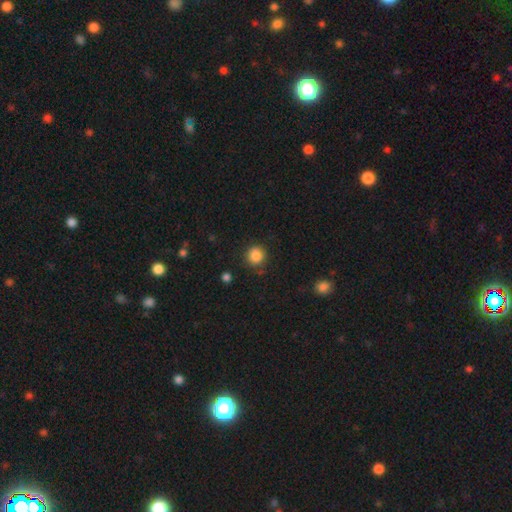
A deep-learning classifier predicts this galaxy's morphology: The model was most divided on "smooth or featured": smooth: 86%, star or artifact: 11%, featured or disk: 4%. More confident: how rounded — round (91%); merging — none (87%).